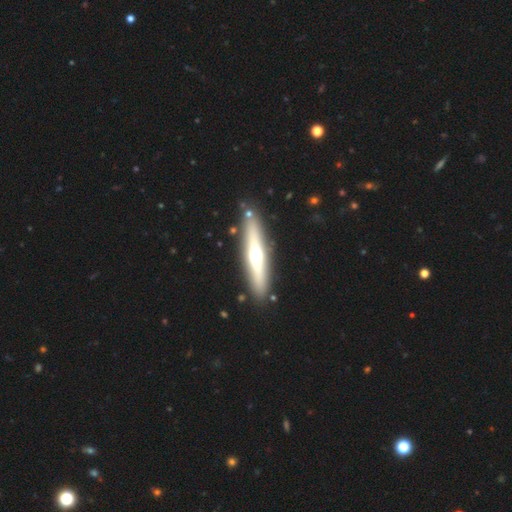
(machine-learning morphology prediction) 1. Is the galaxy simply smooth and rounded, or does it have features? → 56% featured or disk, 37% smooth, 7% star or artifact.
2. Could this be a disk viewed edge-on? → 88% yes, 12% no.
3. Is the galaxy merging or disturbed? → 87% none, 8% minor disturbance, 3% major disturbance, 2% merger.